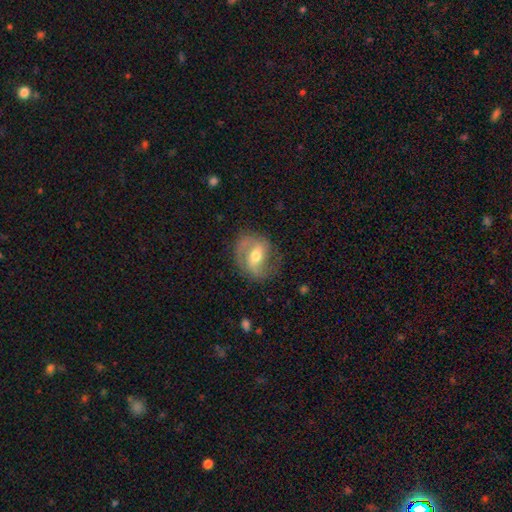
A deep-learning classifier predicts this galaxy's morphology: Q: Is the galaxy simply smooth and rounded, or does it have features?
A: featured or disk — 74%.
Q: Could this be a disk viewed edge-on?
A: no — 96%.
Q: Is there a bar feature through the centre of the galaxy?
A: weak — 45%.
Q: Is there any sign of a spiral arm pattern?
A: yes — 87%.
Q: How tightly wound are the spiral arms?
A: medium — 48%.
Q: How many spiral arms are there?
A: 2 — 81%.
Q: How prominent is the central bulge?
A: moderate — 69%.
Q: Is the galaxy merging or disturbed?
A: none — 72%.